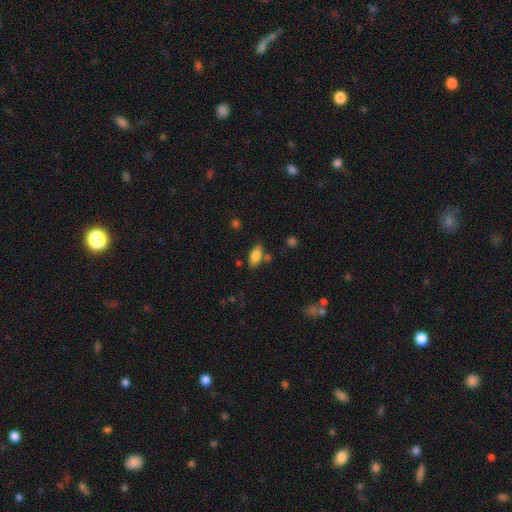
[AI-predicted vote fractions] smooth 80%, featured or disk 13%, star or artifact 8%. Down the decision tree: how rounded — in between (88%); merging — none (75%).